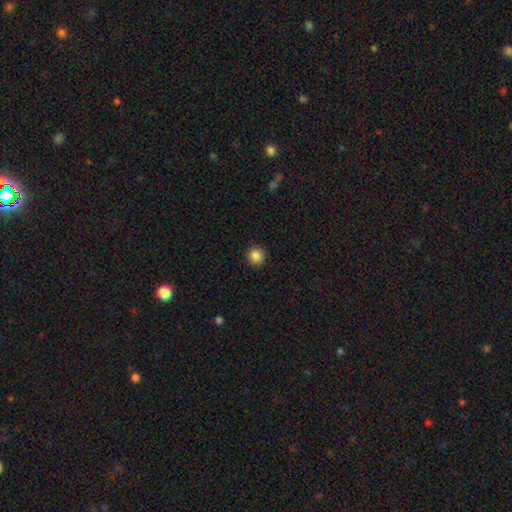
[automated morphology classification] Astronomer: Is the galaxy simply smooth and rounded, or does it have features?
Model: smooth — 86%.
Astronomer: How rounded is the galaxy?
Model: round — 95%.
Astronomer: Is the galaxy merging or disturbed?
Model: none — 92%.